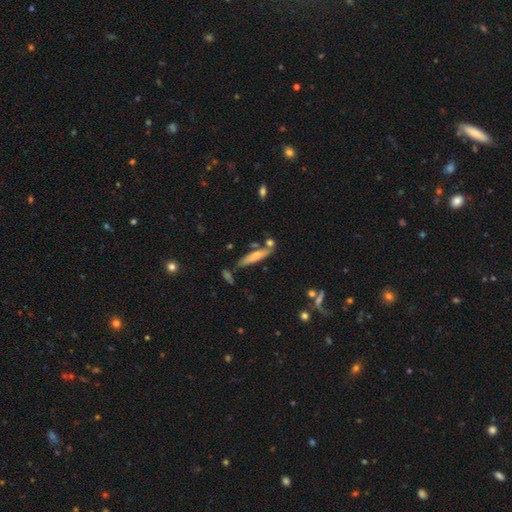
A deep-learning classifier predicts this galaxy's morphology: Smooth or featured? Predicted: smooth (p=0.66). How rounded? Predicted: cigar-shaped (p=0.83). Merging? Predicted: none (p=0.68).